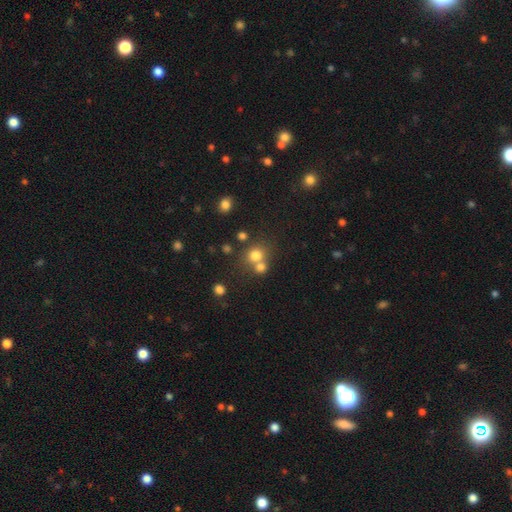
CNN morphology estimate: The model was most divided on "merging": none: 49%, merger: 40%, minor disturbance: 7%, major disturbance: 4%. More confident: how rounded — round (83%); smooth or featured — smooth (75%).